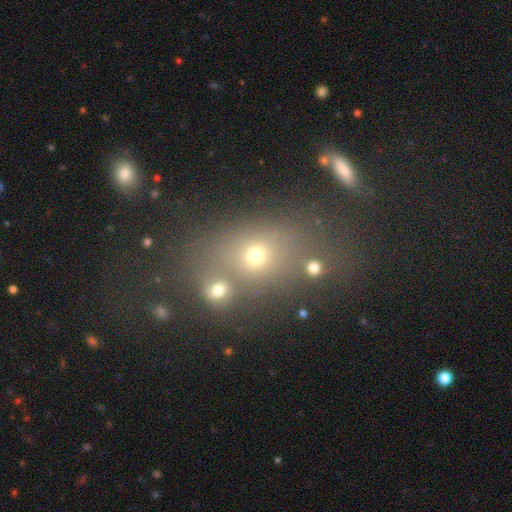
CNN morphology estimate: A smooth galaxy with no disk features (69%) that is round (60%).

Vote fractions:
- Smooth or featured? smooth: 69% / star or artifact: 20% / featured or disk: 11%
- How rounded? round: 60% / in between: 38% / cigar-shaped: 2%
- Merging? none: 45% / merger: 41% / minor disturbance: 8% / major disturbance: 5%